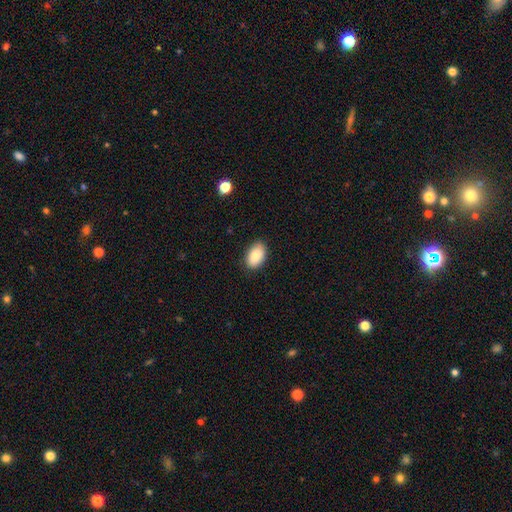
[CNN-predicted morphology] Smooth or featured? smooth (85%)
How rounded? in between (92%)
Merging? none (87%)